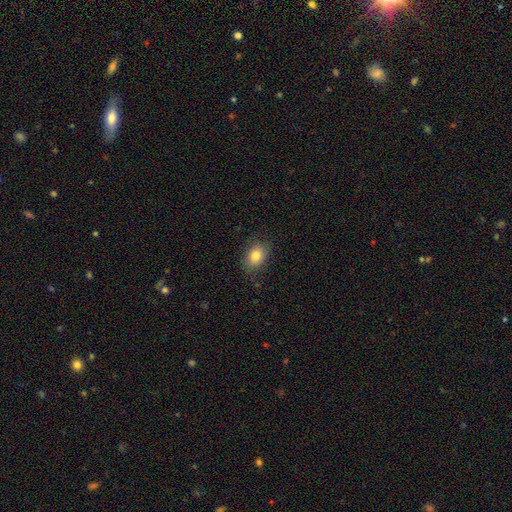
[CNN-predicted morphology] Q: Smooth or featured?
A: smooth (83%); runner-up: star or artifact (9%)
Q: How rounded?
A: in between (73%); runner-up: round (26%)
Q: Merging?
A: none (81%); runner-up: minor disturbance (15%)